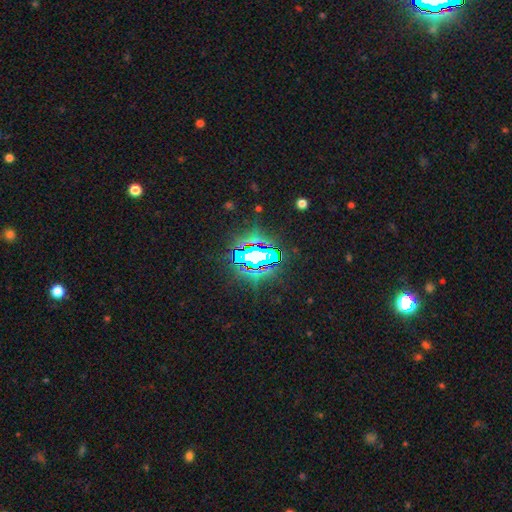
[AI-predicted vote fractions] A star or artifact, not a galaxy (76%).

Vote fractions:
- Smooth or featured? star or artifact: 76% / smooth: 12% / featured or disk: 12%